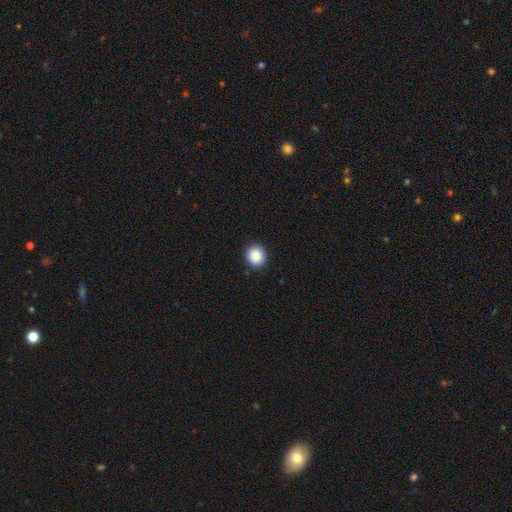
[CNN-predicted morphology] The model was most divided on "how rounded": round: 78%, in between: 21%, cigar-shaped: 1%. More confident: merging — none (90%); smooth or featured — smooth (89%).